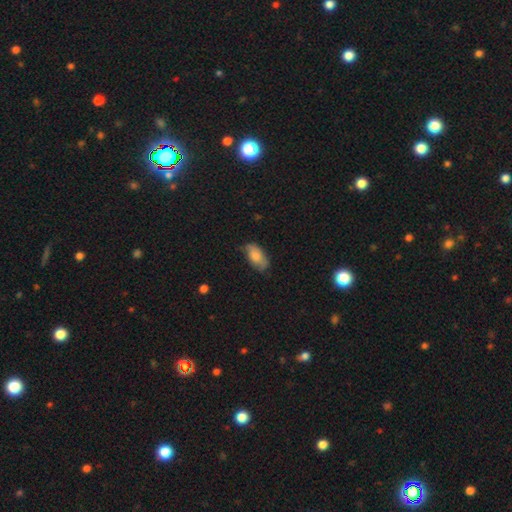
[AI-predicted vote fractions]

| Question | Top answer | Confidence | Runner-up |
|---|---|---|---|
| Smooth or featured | smooth | 77% | featured or disk (16%) |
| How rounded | in between | 93% | cigar-shaped (4%) |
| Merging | none | 60% | minor disturbance (31%) |